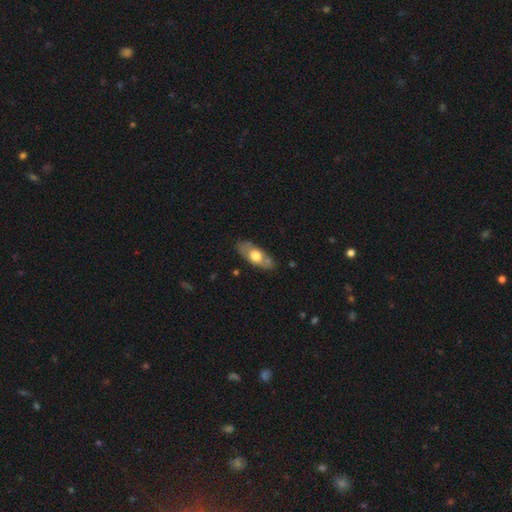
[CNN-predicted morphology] Overall: smooth (55%; featured or disk 40%). How rounded: in between (78%). Merging: none (78%).